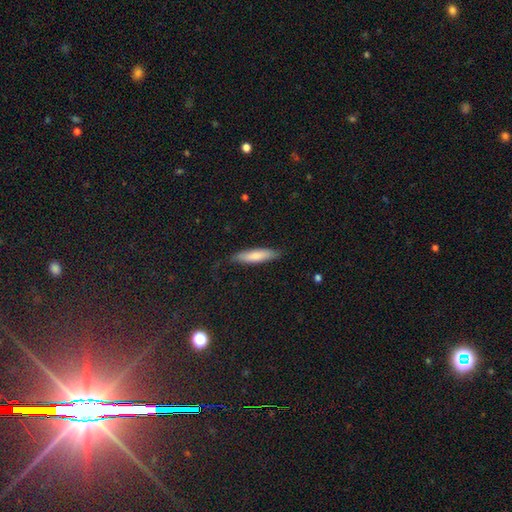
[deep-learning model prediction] A smooth galaxy with no disk features (77%) that is cigar-shaped (73%).

Vote fractions:
- Smooth or featured? smooth: 77% / featured or disk: 18% / star or artifact: 5%
- How rounded? cigar-shaped: 73% / in between: 25% / round: 1%
- Merging? none: 83% / minor disturbance: 13% / major disturbance: 3% / merger: 1%